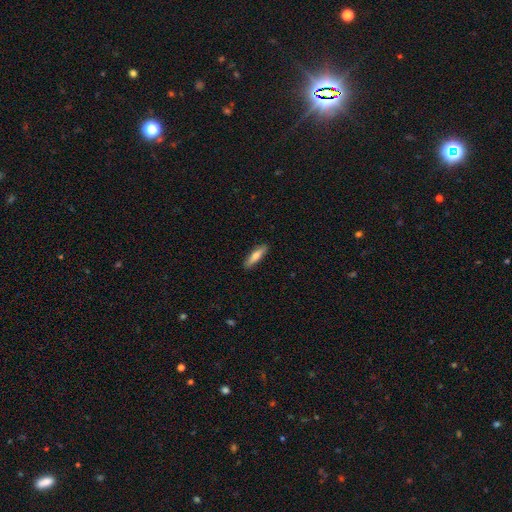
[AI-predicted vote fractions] Overall: smooth (72%). How rounded: cigar-shaped (69%). Merging: none (88%).